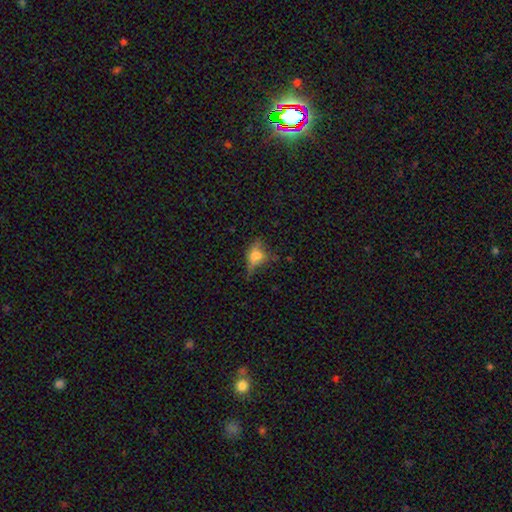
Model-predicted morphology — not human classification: type=smooth (56%); roundness=in between (70%); merging=none (41%).